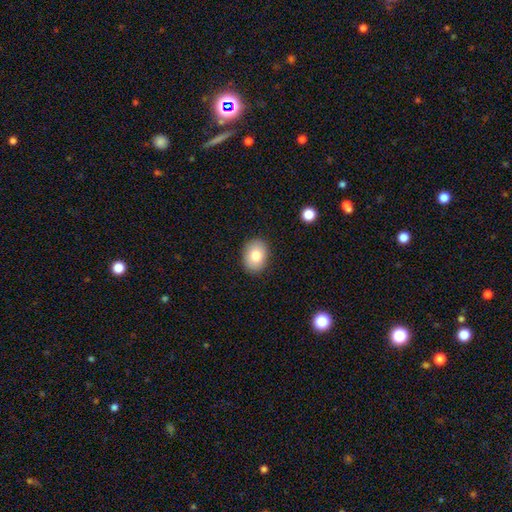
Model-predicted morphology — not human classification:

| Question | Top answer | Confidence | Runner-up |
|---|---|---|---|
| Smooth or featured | smooth | 82% | featured or disk (10%) |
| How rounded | in between | 67% | round (32%) |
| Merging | none | 88% | minor disturbance (9%) |